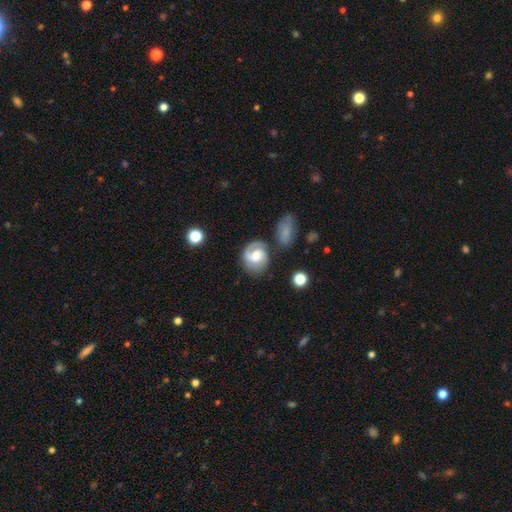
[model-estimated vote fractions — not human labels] This is likely a featured or disk galaxy (73%). It is clearly not viewed edge-on (97%). Bar: possibly no (48%). Spiral arm pattern: clearly yes (93%). Spiral arm count: likely 2 (62%). Spiral winding: marginally medium (43%). Central bulge: likely moderate (61%). Merging: likely none (63%).